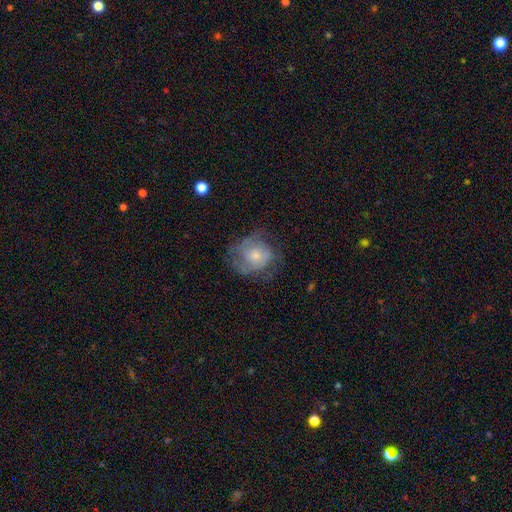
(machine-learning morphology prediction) A featured or disk galaxy (46%, tied with smooth).

Vote fractions:
- Smooth or featured? featured or disk: 46% (tied) / smooth: 46% (tied) / star or artifact: 8%
- Merging? none: 52% / minor disturbance: 26% / major disturbance: 20% / merger: 1%